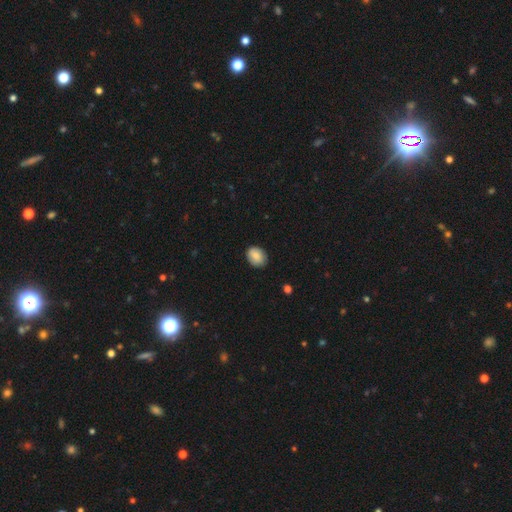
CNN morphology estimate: smooth 83%, featured or disk 10%, star or artifact 7%. Down the decision tree: how rounded — in between (57%); merging — none (84%).